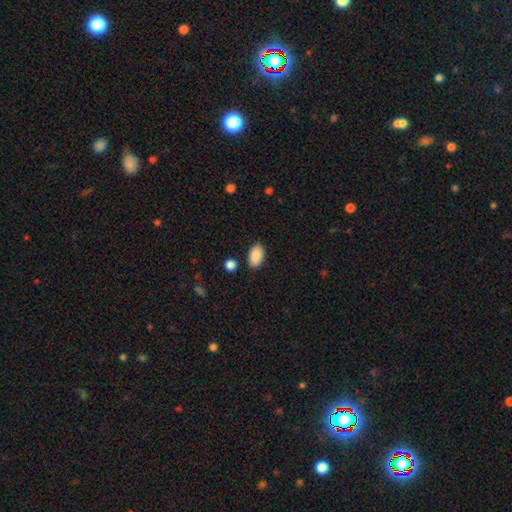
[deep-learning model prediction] smooth_or_featured: smooth (p=0.90) [alt: star or artifact p=0.07]
how_rounded: in between (p=0.92) [alt: round p=0.06]
merging: none (p=0.85) [alt: minor disturbance p=0.10]